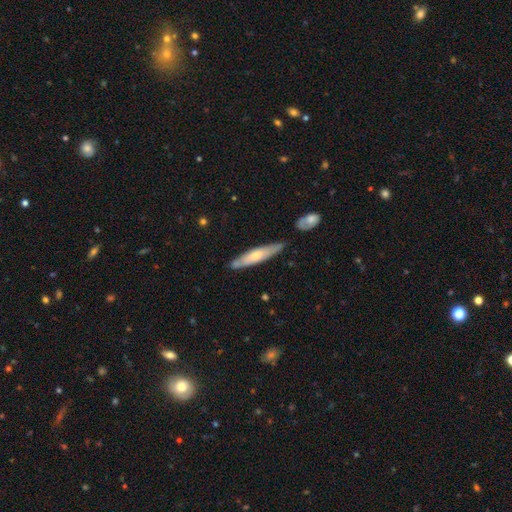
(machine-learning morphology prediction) The model was most divided on "smooth or featured": smooth: 52%, featured or disk: 43%, star or artifact: 5%. More confident: how rounded — cigar-shaped (85%); merging — none (75%).